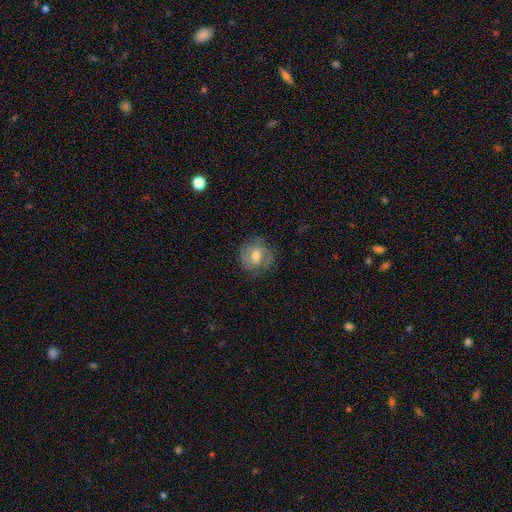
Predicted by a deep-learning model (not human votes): Morphology: type=featured or disk (59%); edge-on=no (97%); bar=no (53%); spiral arms=yes (84%); bulge=moderate (68%); merging=none (71%).